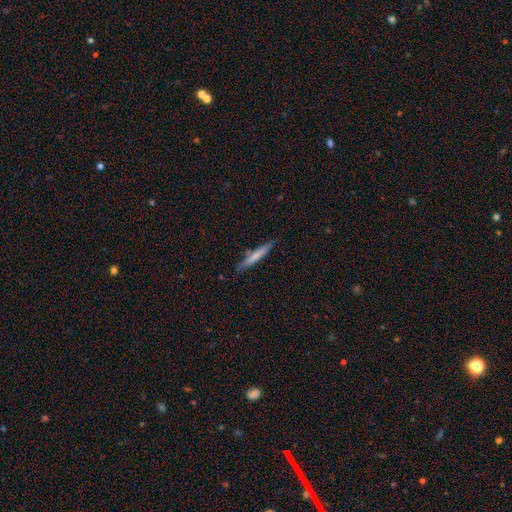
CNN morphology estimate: Overall: smooth (65%; featured or disk 30%). How rounded: cigar-shaped (94%). Merging: none (83%).